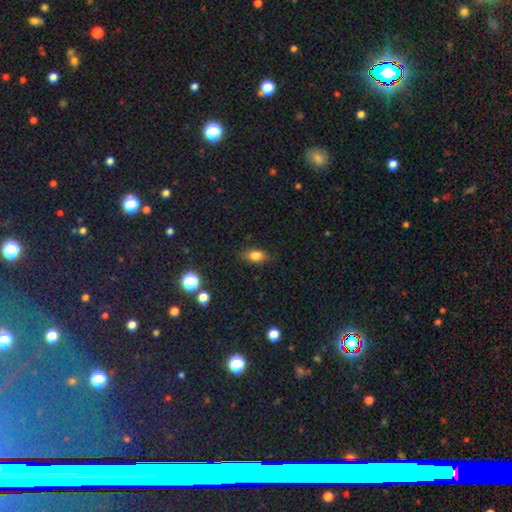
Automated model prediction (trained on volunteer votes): Q: Smooth or featured?
A: smooth (78%); runner-up: star or artifact (11%)
Q: How rounded?
A: in between (80%); runner-up: round (12%)
Q: Merging?
A: none (83%); runner-up: minor disturbance (12%)